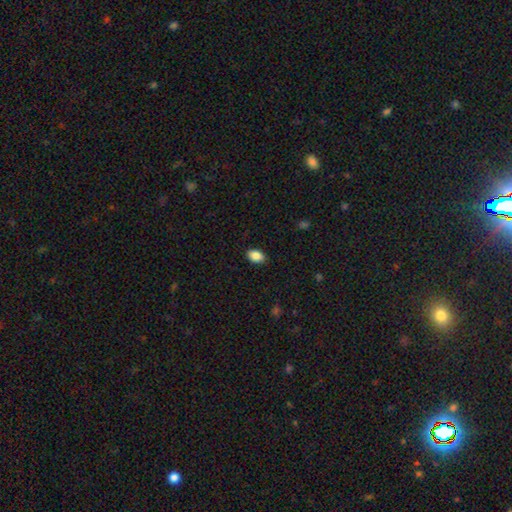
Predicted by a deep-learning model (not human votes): Smooth or featured? smooth (87%)
How rounded? in between (87%)
Merging? none (88%)